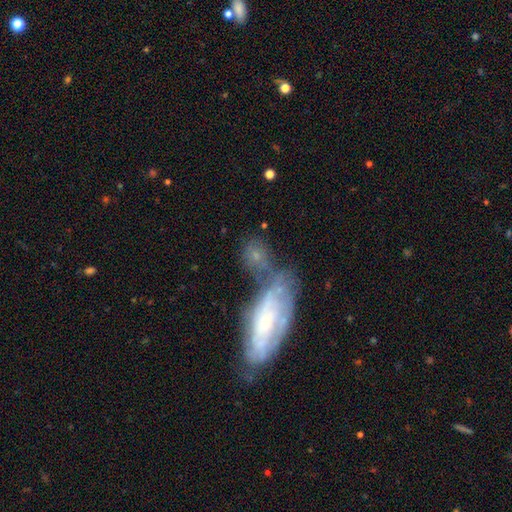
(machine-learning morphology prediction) Smooth or featured? Predicted: smooth (p=0.47). Merging? Predicted: merger (p=0.42).